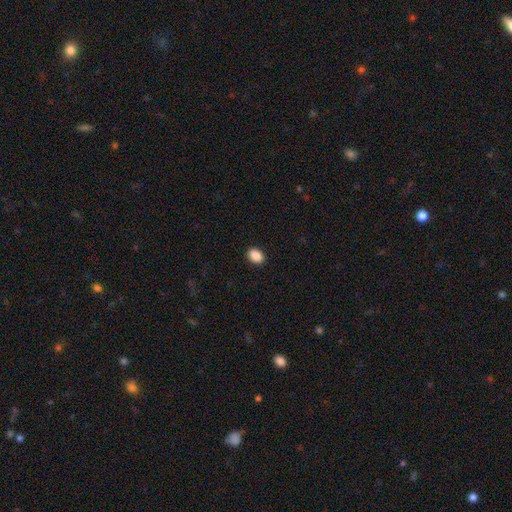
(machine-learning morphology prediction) A smooth galaxy with no disk features (90%) that is in between round and cigar-shaped (73%).

Vote fractions:
- Smooth or featured? smooth: 90% / star or artifact: 8% / featured or disk: 2%
- How rounded? in between: 73% / round: 26% / cigar-shaped: 1%
- Merging? none: 91% / minor disturbance: 7% / major disturbance: 2% / merger: 1%